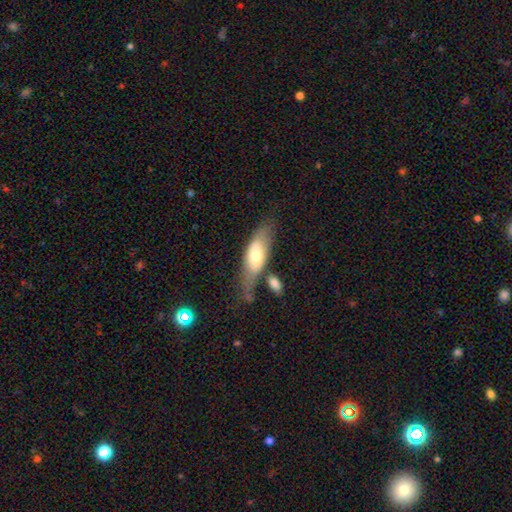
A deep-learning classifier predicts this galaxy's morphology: Overall: smooth (62%; featured or disk 32%). How rounded: in between (69%; cigar-shaped 29%). Merging: none (45%; minor disturbance 22%).